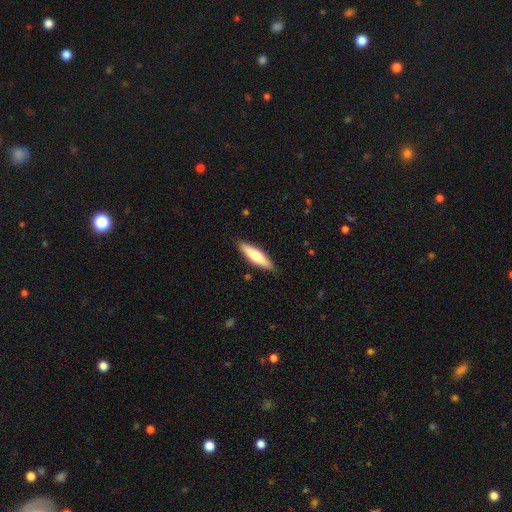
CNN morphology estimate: A smooth galaxy with no disk features (64%) that is cigar-shaped (73%).

Vote fractions:
- Smooth or featured? smooth: 64% / featured or disk: 30% / star or artifact: 5%
- How rounded? cigar-shaped: 73% / in between: 25% / round: 1%
- Merging? none: 88% / minor disturbance: 9% / major disturbance: 2% / merger: 1%